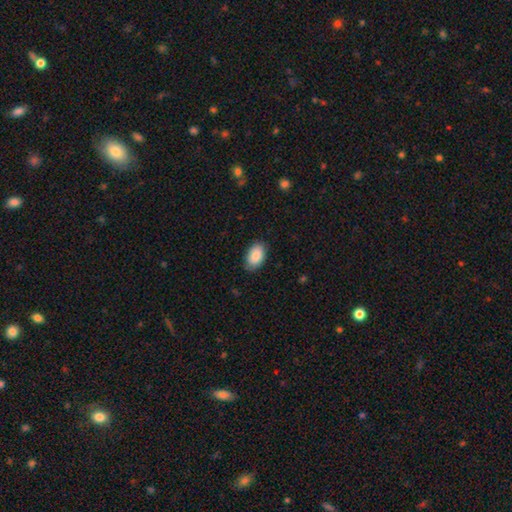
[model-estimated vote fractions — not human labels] The model was most divided on "merging": none: 84%, minor disturbance: 12%, major disturbance: 2%, merger: 1%. More confident: how rounded — in between (92%); smooth or featured — smooth (87%).